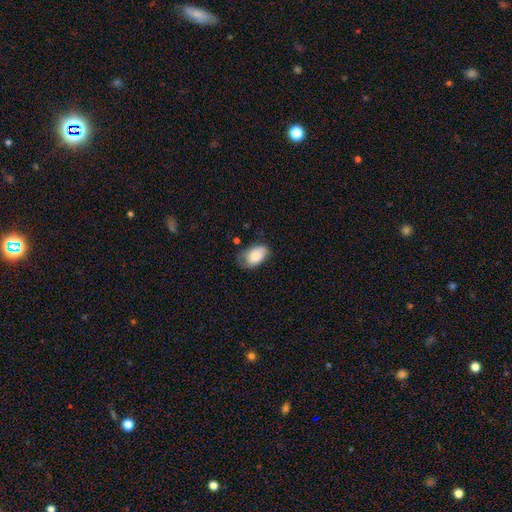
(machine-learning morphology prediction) Smooth or featured? Predicted: smooth (p=0.77). How rounded? Predicted: in between (p=0.92). Merging? Predicted: none (p=0.50).